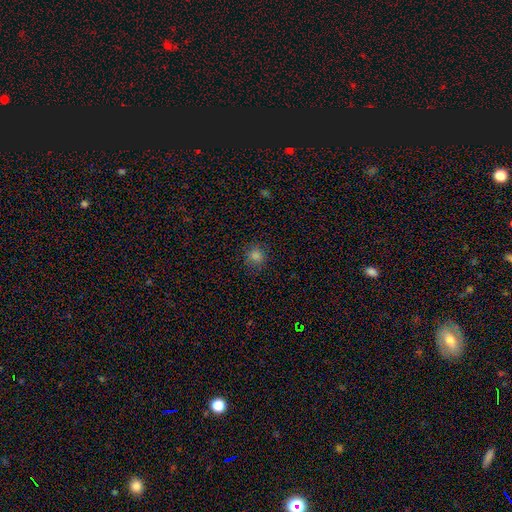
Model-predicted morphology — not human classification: The model was most divided on "smooth or featured": smooth: 79%, star or artifact: 17%, featured or disk: 5%. More confident: how rounded — round (89%); merging — none (87%).